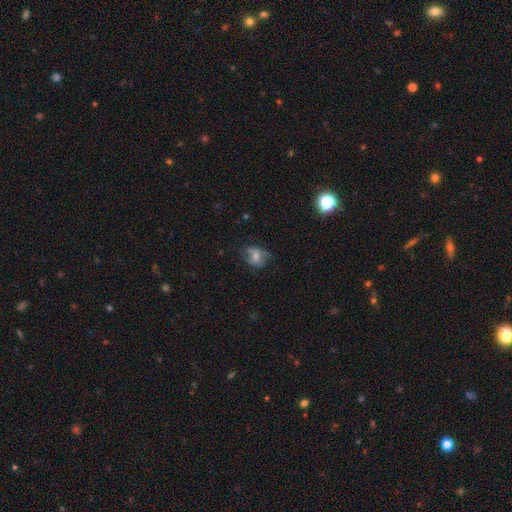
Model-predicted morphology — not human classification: A featured or disk galaxy (45%). Merging: none (46%).